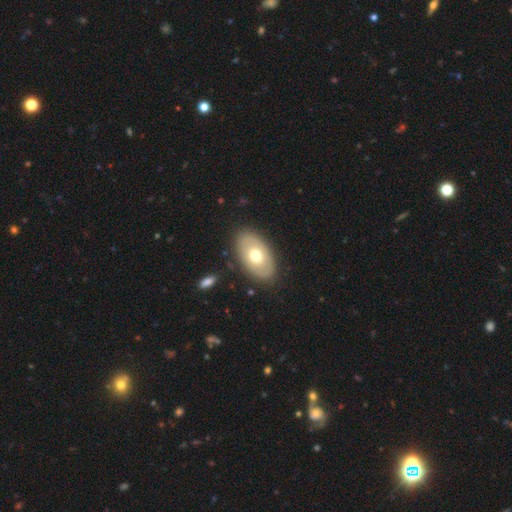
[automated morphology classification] Overall: smooth (51%; featured or disk 43%). How rounded: in between (90%). Merging: none (85%).